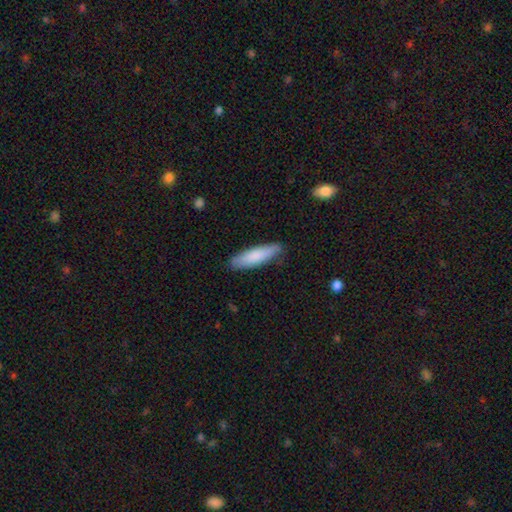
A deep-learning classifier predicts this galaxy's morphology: type=smooth (82%); roundness=cigar-shaped (71%); merging=none (85%).